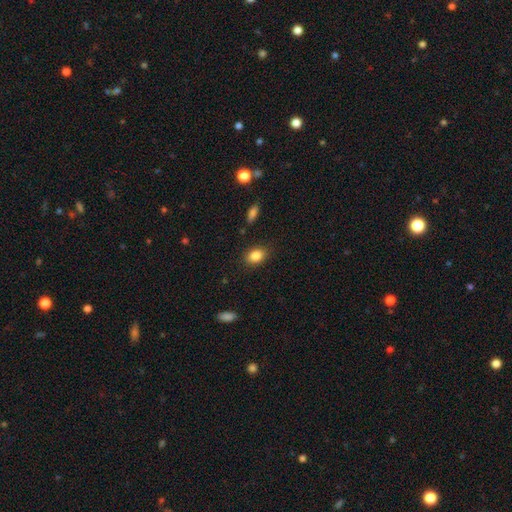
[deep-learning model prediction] Smooth or featured? Predicted: smooth (p=0.85). How rounded? Predicted: in between (p=0.72). Merging? Predicted: none (p=0.84).